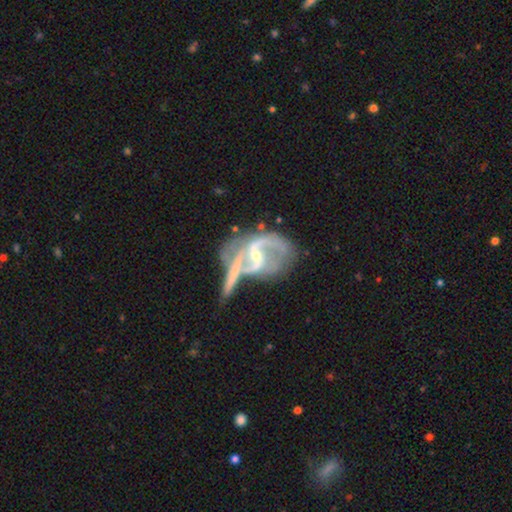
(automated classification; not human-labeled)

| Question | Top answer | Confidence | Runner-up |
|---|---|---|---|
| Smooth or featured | featured or disk | 87% | smooth (7%) |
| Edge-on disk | no | 97% | yes (3%) |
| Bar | weak | 43% | strong (29%) |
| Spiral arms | yes | 92% | no (8%) |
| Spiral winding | medium | 48% | loose (33%) |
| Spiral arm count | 2 | 79% | can't tell (8%) |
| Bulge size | small | 65% | moderate (31%) |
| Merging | merger | 34% | none (25%) |